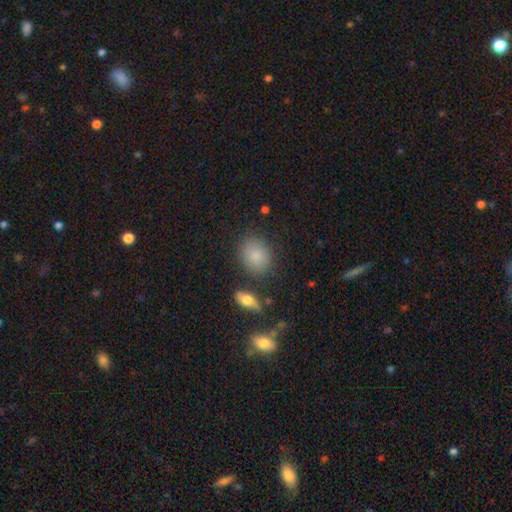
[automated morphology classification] A smooth galaxy with no disk features (83%) that is in between round and cigar-shaped (54%).

Vote fractions:
- Smooth or featured? smooth: 83% / star or artifact: 9% / featured or disk: 8%
- How rounded? in between: 54% / round: 45% / cigar-shaped: 2%
- Merging? none: 82% / minor disturbance: 11% / merger: 4% / major disturbance: 3%